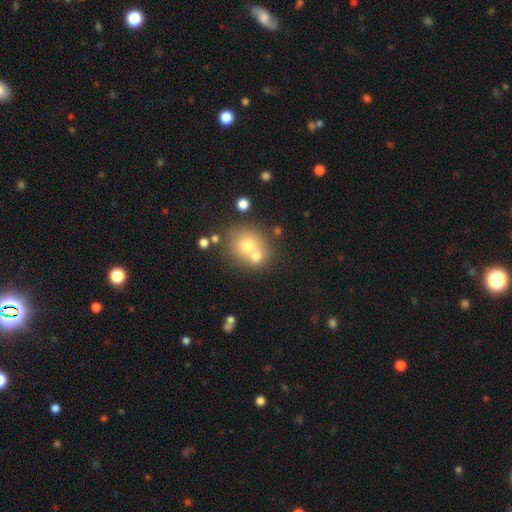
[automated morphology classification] Overall: smooth (67%). How rounded: round (78%). Merging: merger (48%; none 40%).